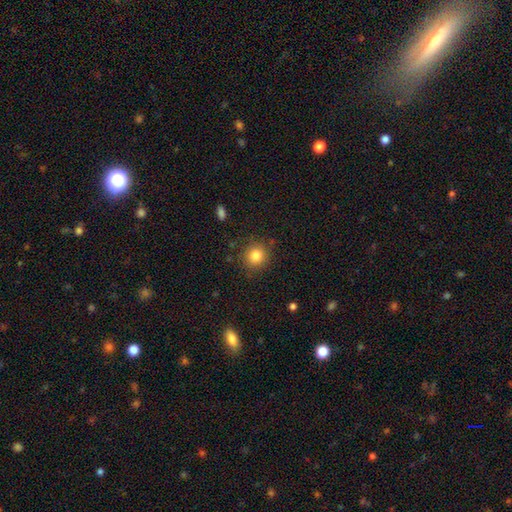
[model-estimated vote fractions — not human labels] A smooth galaxy with no disk features (83%) that is round (88%).

Vote fractions:
- Smooth or featured? smooth: 83% / star or artifact: 11% / featured or disk: 6%
- How rounded? round: 88% / in between: 11% / cigar-shaped: 1%
- Merging? none: 86% / minor disturbance: 9% / major disturbance: 3% / merger: 2%